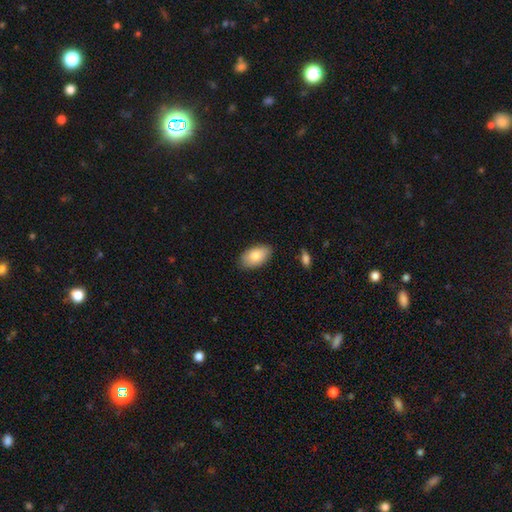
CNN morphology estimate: Smooth or featured? smooth (83%)
How rounded? in between (94%)
Merging? none (84%)